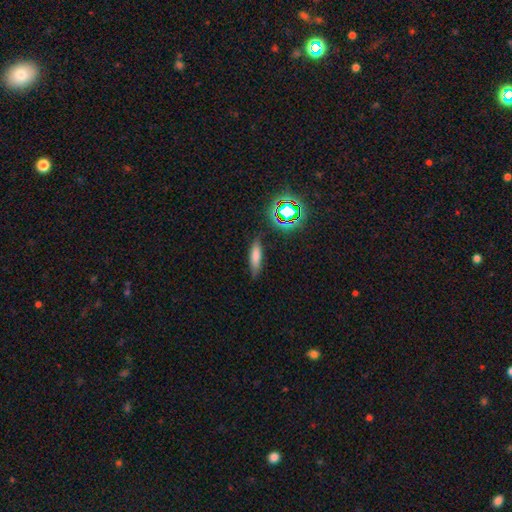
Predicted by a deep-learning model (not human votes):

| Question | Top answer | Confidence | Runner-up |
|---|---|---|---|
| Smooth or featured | smooth | 69% | featured or disk (16%) |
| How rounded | cigar-shaped | 64% | in between (33%) |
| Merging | none | 78% | minor disturbance (15%) |